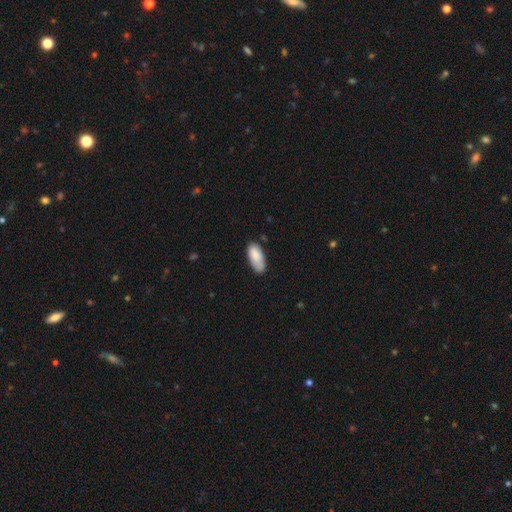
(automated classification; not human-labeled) smooth-or-featured: smooth: 85% | featured or disk: 9% | star or artifact: 6%
  how-rounded: in between: 87% | cigar-shaped: 12% | round: 2%
  merging: none: 66% | minor disturbance: 26% | major disturbance: 5% | merger: 3%